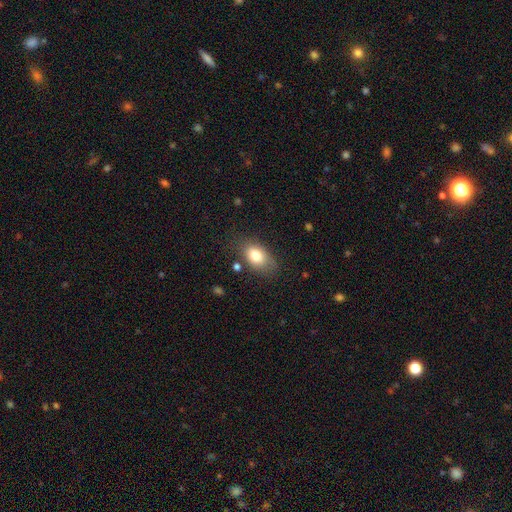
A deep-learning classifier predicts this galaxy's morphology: The model was most divided on "merging": none: 72%, minor disturbance: 19%, major disturbance: 6%, merger: 3%. More confident: how rounded — in between (86%); smooth or featured — smooth (80%).